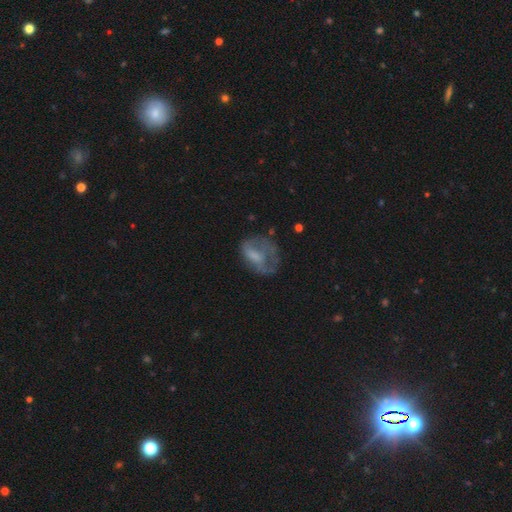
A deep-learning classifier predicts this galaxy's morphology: smooth_or_featured: smooth (p=0.47) [alt: featured or disk p=0.42]
merging: none (p=0.38) [alt: major disturbance p=0.34]